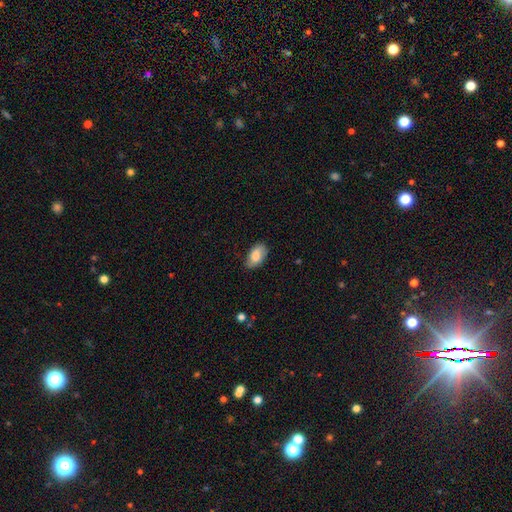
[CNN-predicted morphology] type=smooth (72%); roundness=in between (92%); merging=none (76%).